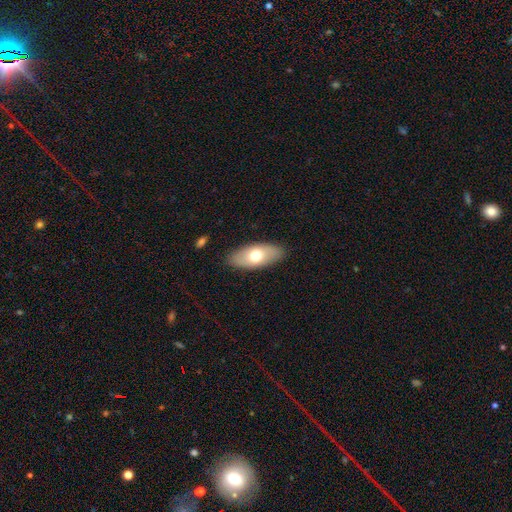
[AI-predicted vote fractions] smooth 64%, featured or disk 30%, star or artifact 6%. Down the decision tree: how rounded — in between (89%); merging — none (87%).